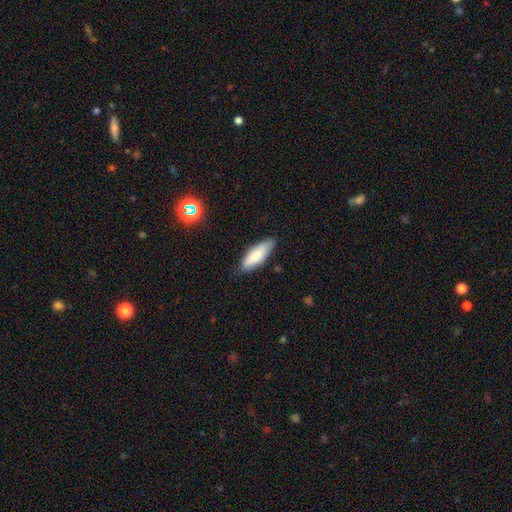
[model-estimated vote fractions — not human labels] Overall: smooth (80%). How rounded: in between (57%; cigar-shaped 41%). Merging: none (78%).